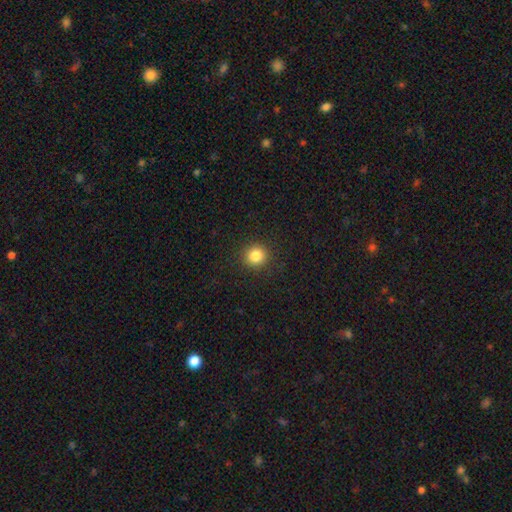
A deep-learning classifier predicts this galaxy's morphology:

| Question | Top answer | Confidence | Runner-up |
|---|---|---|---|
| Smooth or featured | smooth | 84% | star or artifact (11%) |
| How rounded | round | 92% | in between (7%) |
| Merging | none | 92% | minor disturbance (5%) |